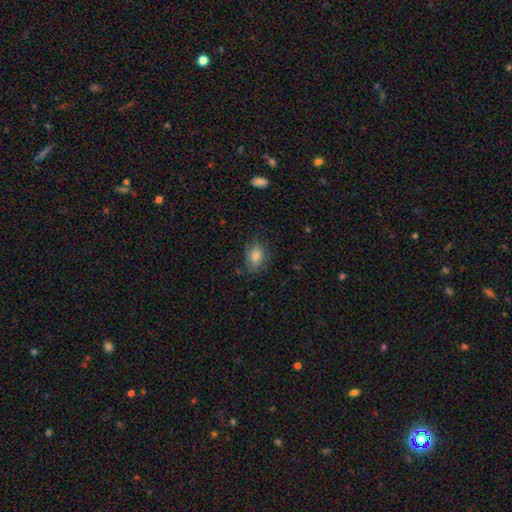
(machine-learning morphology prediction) Smooth or featured?
  - smooth: 79% *
  - star or artifact: 11%
  - featured or disk: 10%
How rounded?
  - in between: 75% *
  - round: 24%
  - cigar-shaped: 2%
Merging?
  - none: 75% *
  - minor disturbance: 19%
  - major disturbance: 5%
  - merger: 2%